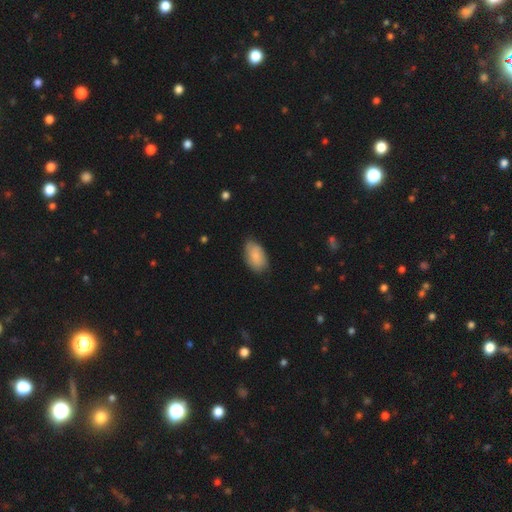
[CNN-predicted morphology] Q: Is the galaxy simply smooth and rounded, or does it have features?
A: smooth — 83%.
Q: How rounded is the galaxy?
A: in between — 94%.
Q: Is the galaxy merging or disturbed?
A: none — 73%.